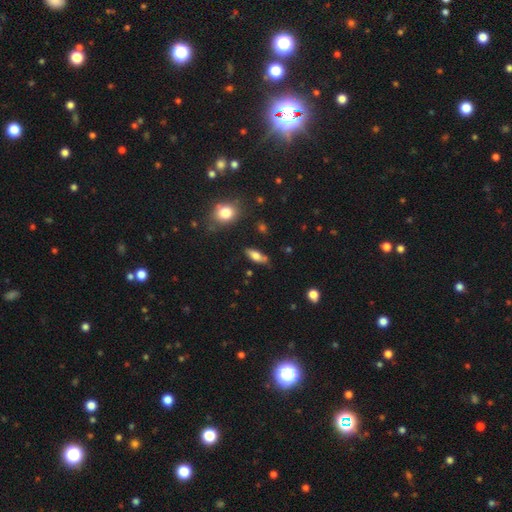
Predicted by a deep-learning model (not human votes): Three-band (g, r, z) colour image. It shows a smooth galaxy with no disk features (68%) that is in between round and cigar-shaped (69%). Merging: none (77%).